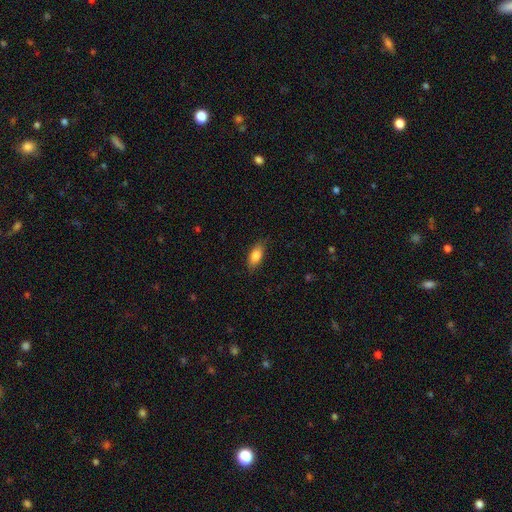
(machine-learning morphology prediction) Q: Smooth or featured?
A: smooth (85%); runner-up: featured or disk (8%)
Q: How rounded?
A: in between (87%); runner-up: cigar-shaped (9%)
Q: Merging?
A: none (83%); runner-up: minor disturbance (13%)